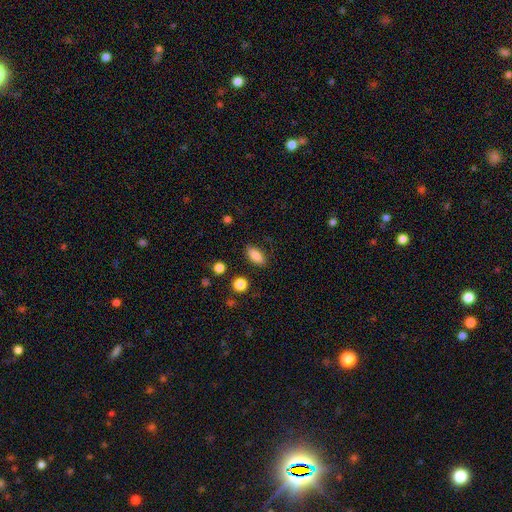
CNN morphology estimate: Q: Smooth or featured?
A: smooth (85%); runner-up: star or artifact (8%)
Q: How rounded?
A: in between (82%); runner-up: cigar-shaped (13%)
Q: Merging?
A: none (85%); runner-up: minor disturbance (10%)